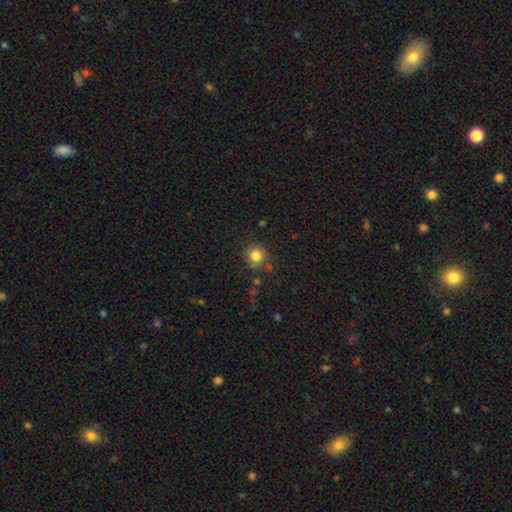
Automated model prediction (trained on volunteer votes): This is clearly a smooth galaxy (82%). How rounded: clearly round (92%). Merging: clearly none (83%).